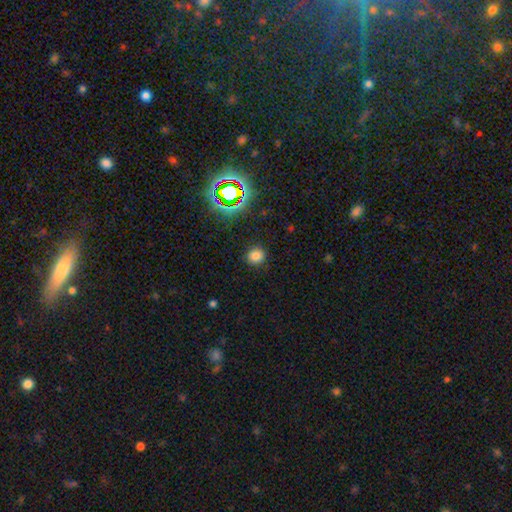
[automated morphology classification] Smooth or featured? smooth (76%)
How rounded? round (87%)
Merging? none (89%)